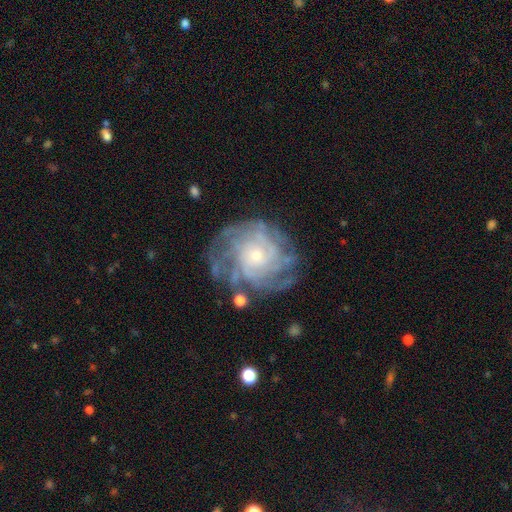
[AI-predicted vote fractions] Smooth or featured? featured or disk (84%)
Edge-on disk? no (98%)
Bar? no (79%)
Spiral arms? yes (94%)
Spiral winding? tight (65%)
Spiral arm count? can't tell (30%)
Bulge size? small (69%)
Merging? none (72%)